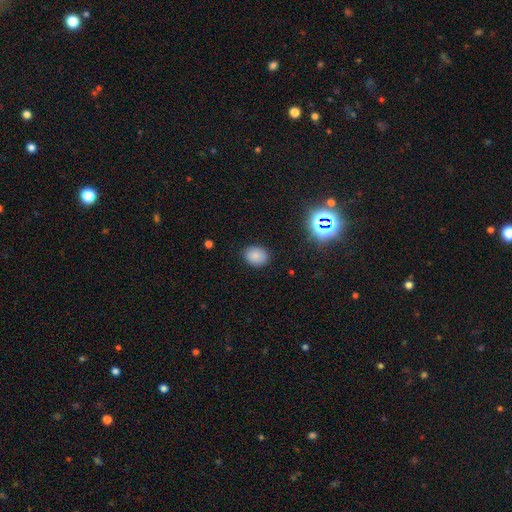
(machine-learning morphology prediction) smooth-or-featured: smooth: 80% | star or artifact: 13% | featured or disk: 7%
  how-rounded: in between: 53% | round: 46% | cigar-shaped: 1%
  merging: none: 85% | minor disturbance: 11% | major disturbance: 3% | merger: 1%